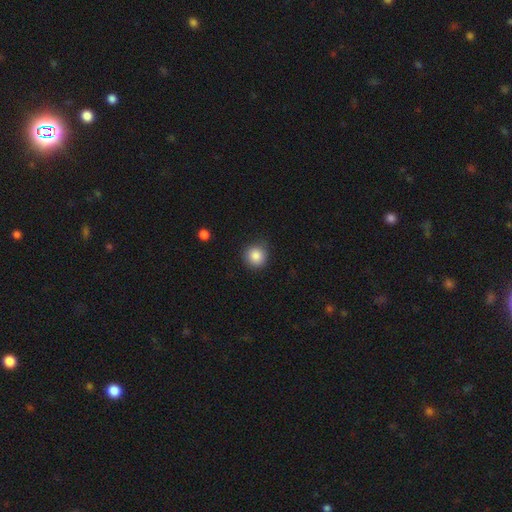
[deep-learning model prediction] smooth-or-featured: smooth: 86% | star or artifact: 9% | featured or disk: 4%
  how-rounded: round: 93% | in between: 7% | cigar-shaped: 1%
  merging: none: 85% | minor disturbance: 11% | major disturbance: 3% | merger: 1%